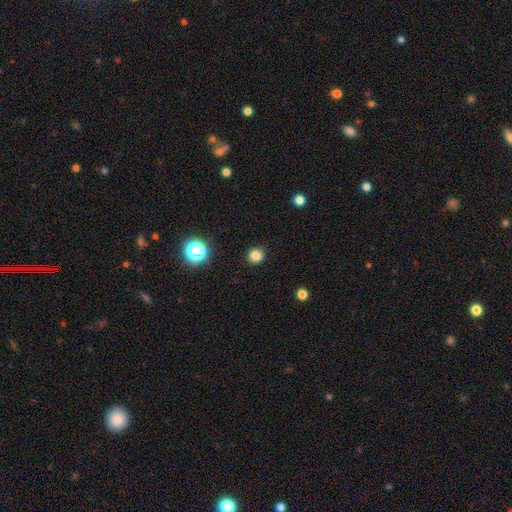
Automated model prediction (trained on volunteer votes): smooth 82%, star or artifact 14%, featured or disk 4%. Down the decision tree: how rounded — round (90%); merging — none (90%).